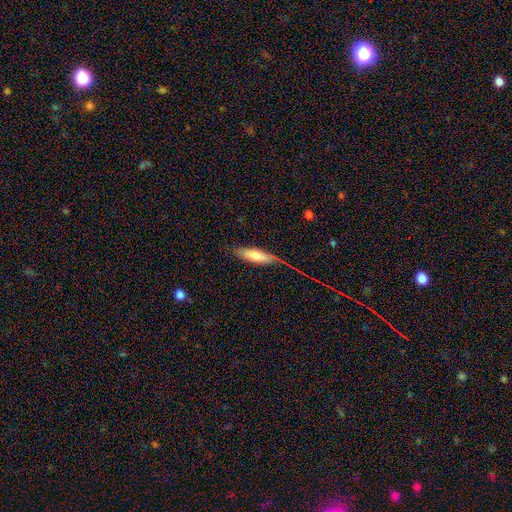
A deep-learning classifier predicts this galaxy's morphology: smooth_or_featured: smooth (p=0.65) [alt: featured or disk p=0.29]
how_rounded: cigar-shaped (p=0.67) [alt: in between p=0.31]
merging: none (p=0.59) [alt: minor disturbance p=0.24]